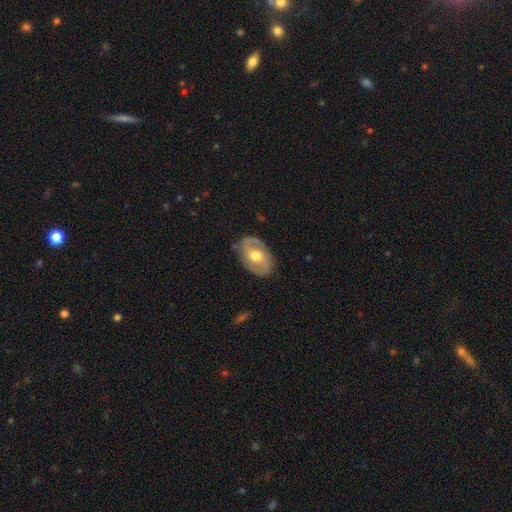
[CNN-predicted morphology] The model was most divided on "bar": no: 58%, weak: 32%, strong: 10%. More confident: edge-on disk — no (94%); merging — none (80%); bulge size — moderate (75%); spiral arms — yes (68%); smooth or featured — featured or disk (67%).